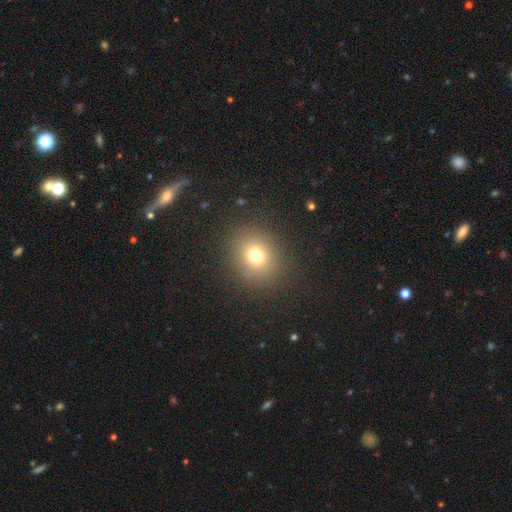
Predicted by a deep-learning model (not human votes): Smooth or featured: smooth — 73% (star or artifact — 17%)
How rounded: round — 75% (in between — 24%)
Merging: none — 87% (minor disturbance — 8%)